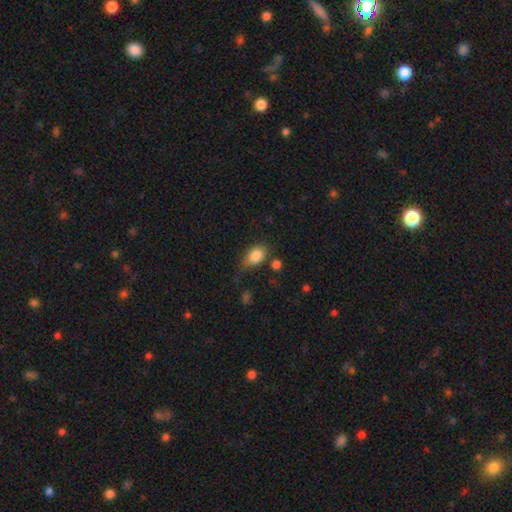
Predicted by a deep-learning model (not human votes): Smooth or featured? Predicted: smooth (p=0.85). How rounded? Predicted: in between (p=0.82). Merging? Predicted: none (p=0.56).